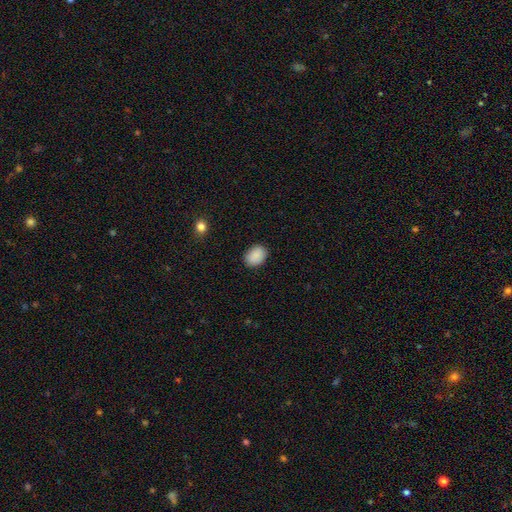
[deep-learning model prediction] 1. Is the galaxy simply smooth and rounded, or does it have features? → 90% smooth, 7% star or artifact, 3% featured or disk.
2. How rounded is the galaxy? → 67% in between, 32% round, 1% cigar-shaped.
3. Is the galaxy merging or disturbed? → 88% none, 9% minor disturbance, 2% major disturbance, 1% merger.